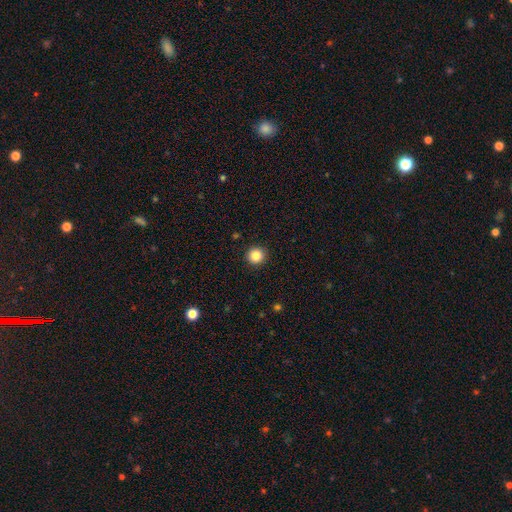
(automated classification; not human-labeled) Overall: smooth (86%). How rounded: round (95%). Merging: none (93%).